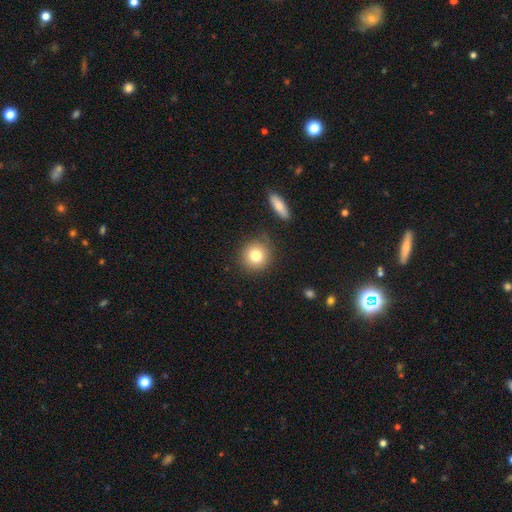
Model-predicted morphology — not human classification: smooth-or-featured: smooth: 79% | featured or disk: 11% | star or artifact: 10%
  how-rounded: round: 91% | in between: 8% | cigar-shaped: 1%
  merging: none: 84% | minor disturbance: 9% | merger: 4% | major disturbance: 3%